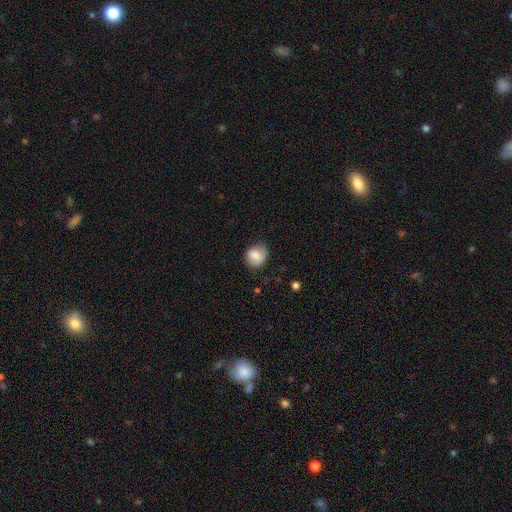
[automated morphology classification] smooth-or-featured: smooth: 76% | featured or disk: 16% | star or artifact: 8%
  how-rounded: round: 63% | in between: 36% | cigar-shaped: 1%
  merging: none: 70% | minor disturbance: 22% | major disturbance: 6% | merger: 1%